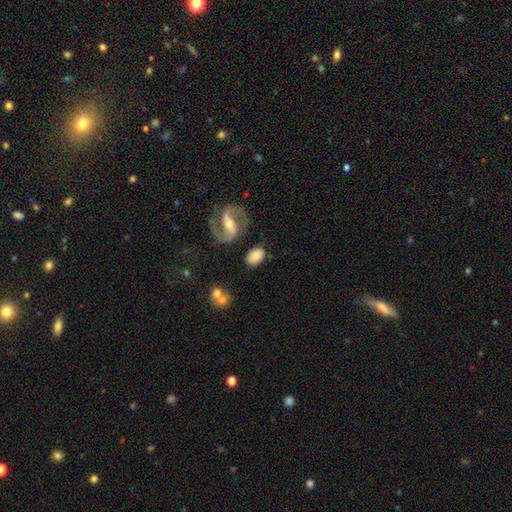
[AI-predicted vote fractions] Q: Smooth or featured?
A: smooth (64%); runner-up: featured or disk (29%)
Q: How rounded?
A: in between (82%); runner-up: round (17%)
Q: Merging?
A: none (78%); runner-up: minor disturbance (13%)